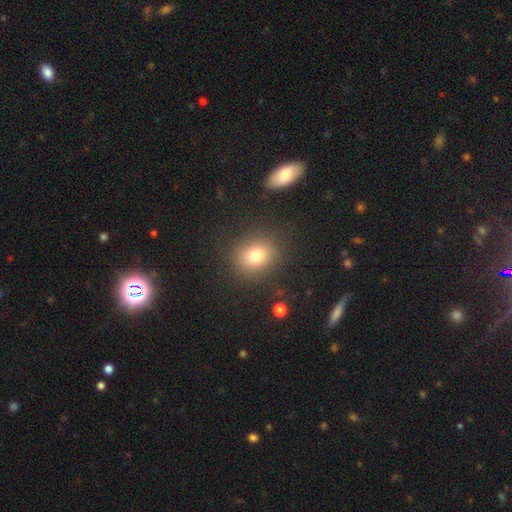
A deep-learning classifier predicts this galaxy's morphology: Overall: smooth (77%). How rounded: round (65%; in between 34%). Merging: none (86%).